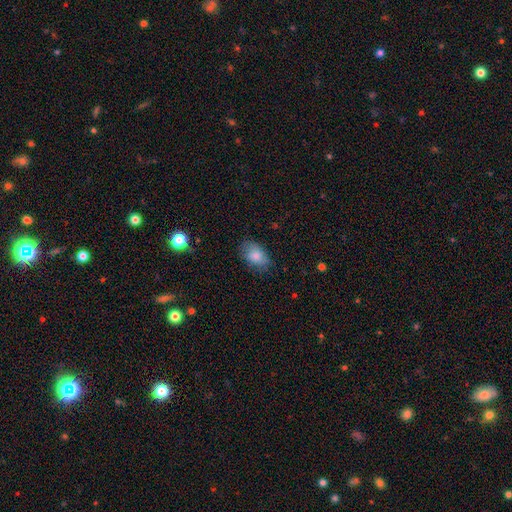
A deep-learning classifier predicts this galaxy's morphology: The model was most divided on "merging": none: 75%, minor disturbance: 19%, major disturbance: 5%, merger: 1%. More confident: how rounded — in between (86%); smooth or featured — smooth (82%).